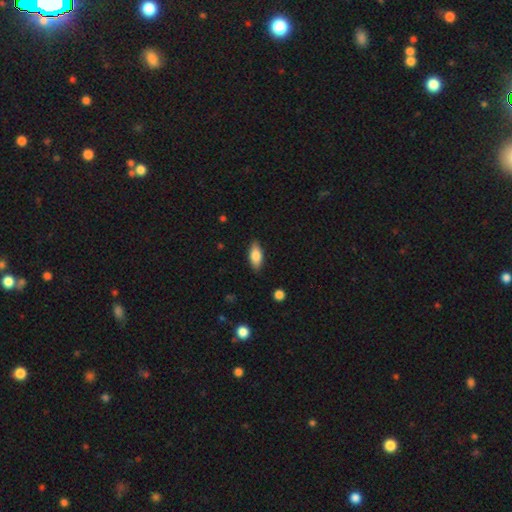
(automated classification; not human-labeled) Smooth or featured: smooth — 80% (featured or disk — 14%)
How rounded: in between — 84% (cigar-shaped — 14%)
Merging: none — 85% (minor disturbance — 11%)